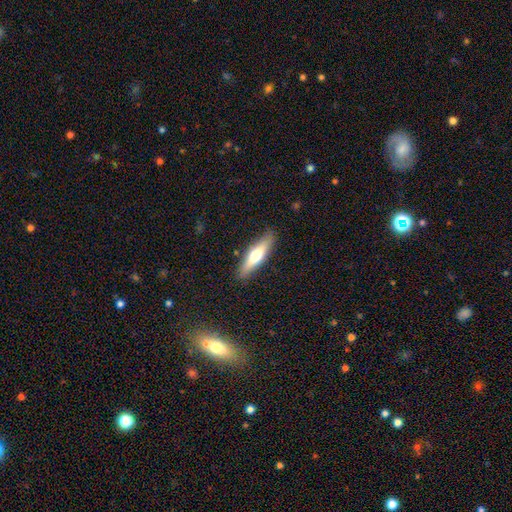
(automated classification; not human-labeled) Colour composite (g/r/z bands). It shows a smooth galaxy with no disk features (54%) that is cigar-shaped (73%). Merging: none (88%).